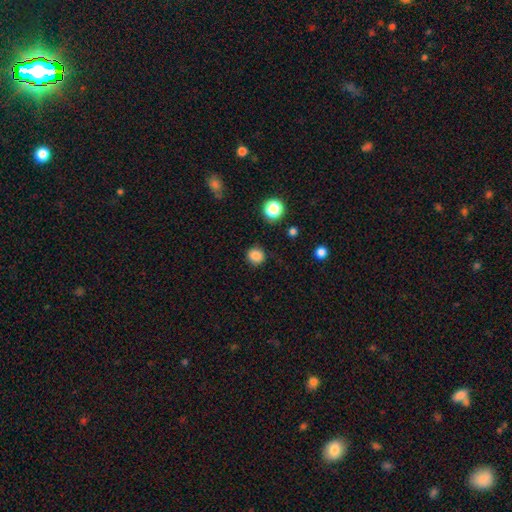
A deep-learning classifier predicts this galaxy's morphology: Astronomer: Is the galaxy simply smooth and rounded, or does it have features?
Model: smooth — 84%.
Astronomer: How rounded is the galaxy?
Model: round — 92%.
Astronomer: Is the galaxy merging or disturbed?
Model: none — 89%.